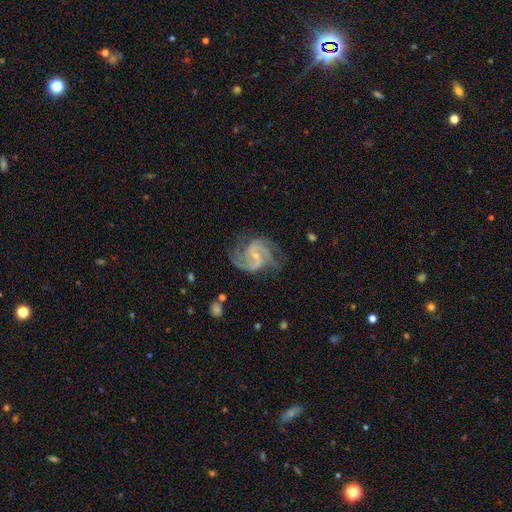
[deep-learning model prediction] smooth_or_featured: featured or disk (p=0.90) [alt: star or artifact p=0.05]
disk_edge_on: no (p=0.98) [alt: yes p=0.02]
bar: weak (p=0.45) [alt: no p=0.43]
has_spiral_arms: yes (p=0.98) [alt: no p=0.02]
spiral_winding: medium (p=0.56) [alt: tight p=0.27]
spiral_arm_count: 2 (p=0.50) [alt: 3 p=0.26]
bulge_size: small (p=0.68) [alt: moderate p=0.28]
merging: none (p=0.67) [alt: minor disturbance p=0.20]